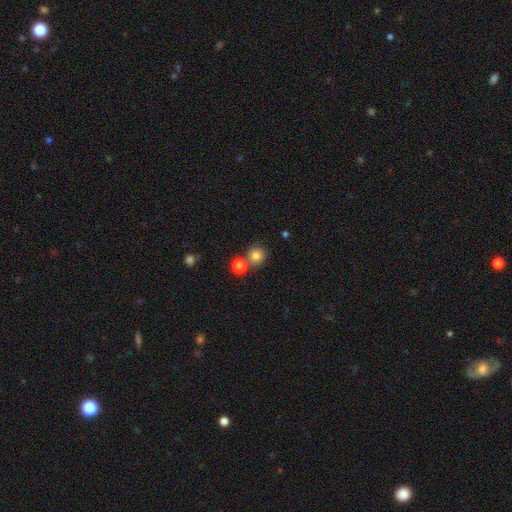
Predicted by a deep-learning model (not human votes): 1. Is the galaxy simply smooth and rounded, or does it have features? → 81% smooth, 13% star or artifact, 7% featured or disk.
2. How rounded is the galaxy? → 90% round, 9% in between, 1% cigar-shaped.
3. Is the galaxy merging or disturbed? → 70% none, 18% merger, 9% minor disturbance, 3% major disturbance.